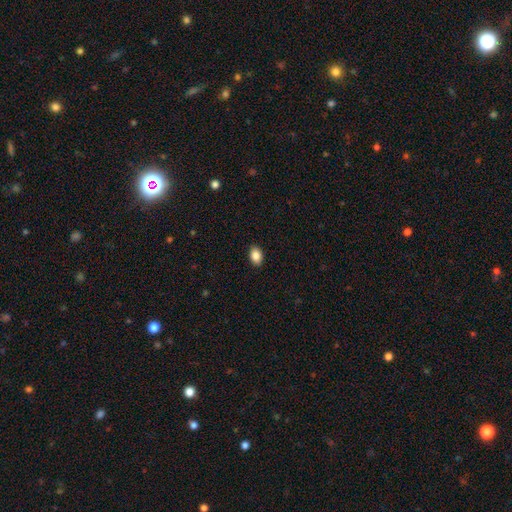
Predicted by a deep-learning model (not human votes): smooth-or-featured: smooth: 87% | star or artifact: 8% | featured or disk: 5%
  how-rounded: in between: 82% | round: 16% | cigar-shaped: 1%
  merging: none: 90% | minor disturbance: 7% | major disturbance: 2% | merger: 1%